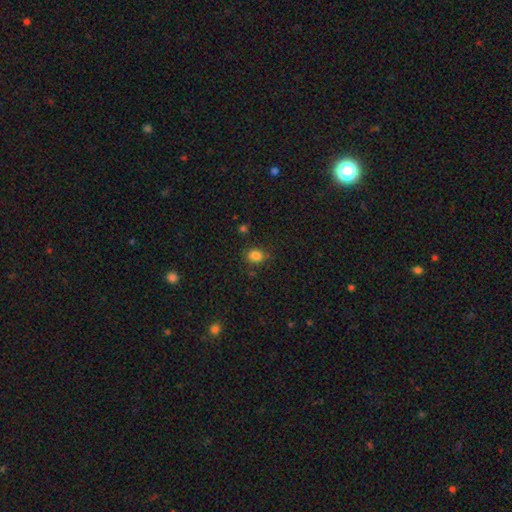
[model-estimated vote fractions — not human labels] smooth_or_featured: smooth (p=0.83) [alt: star or artifact p=0.12]
how_rounded: in between (p=0.51) [alt: round p=0.48]
merging: none (p=0.79) [alt: minor disturbance p=0.14]